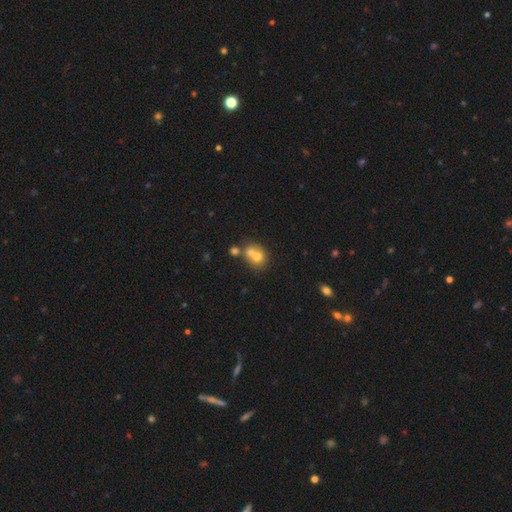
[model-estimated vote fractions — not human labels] Morphology: type=smooth (66%); roundness=round (72%); merging=merger (58%).